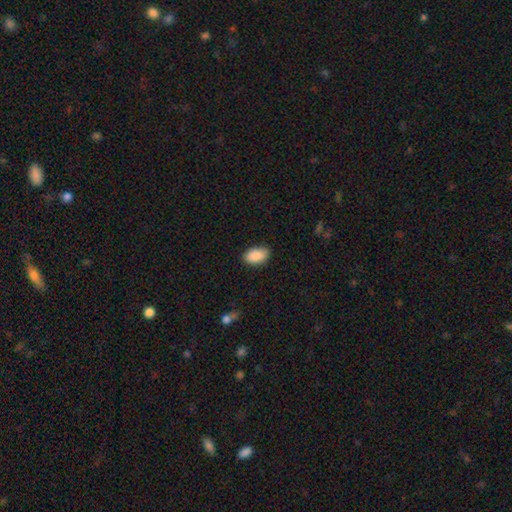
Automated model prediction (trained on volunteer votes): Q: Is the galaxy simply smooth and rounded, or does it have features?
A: smooth — 90%.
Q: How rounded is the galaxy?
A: in between — 93%.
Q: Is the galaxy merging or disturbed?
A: none — 84%.